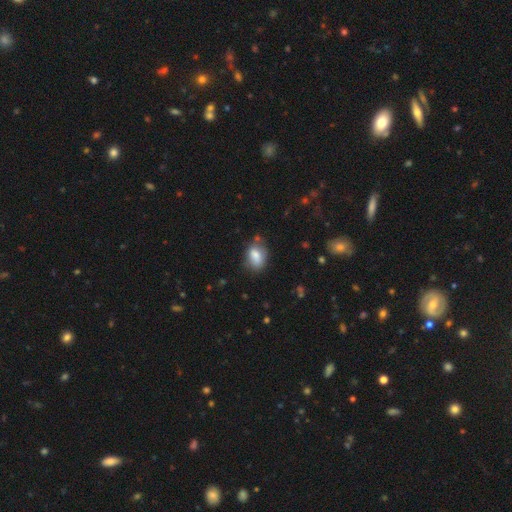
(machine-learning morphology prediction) smooth-or-featured: smooth: 79% | featured or disk: 13% | star or artifact: 8%
  how-rounded: in between: 81% | round: 17% | cigar-shaped: 2%
  merging: none: 64% | minor disturbance: 24% | major disturbance: 6% | merger: 5%